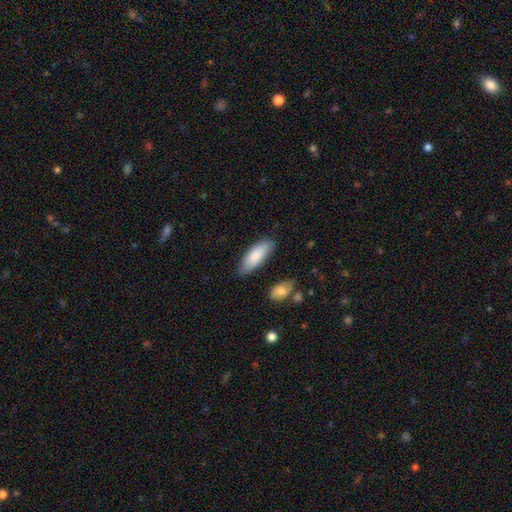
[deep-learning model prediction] Smooth or featured?
  - smooth: 85% *
  - featured or disk: 10%
  - star or artifact: 5%
How rounded?
  - in between: 69% *
  - cigar-shaped: 30%
  - round: 2%
Merging?
  - none: 79% *
  - minor disturbance: 15%
  - merger: 3%
  - major disturbance: 3%